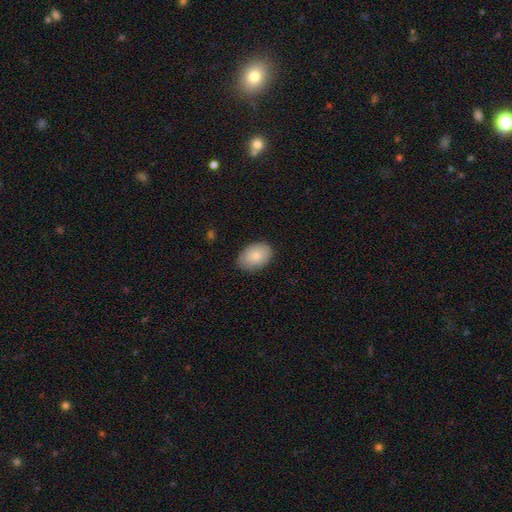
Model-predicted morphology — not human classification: smooth-or-featured: smooth: 83% | featured or disk: 10% | star or artifact: 6%
  how-rounded: in between: 86% | round: 12% | cigar-shaped: 1%
  merging: none: 84% | minor disturbance: 12% | major disturbance: 2% | merger: 1%